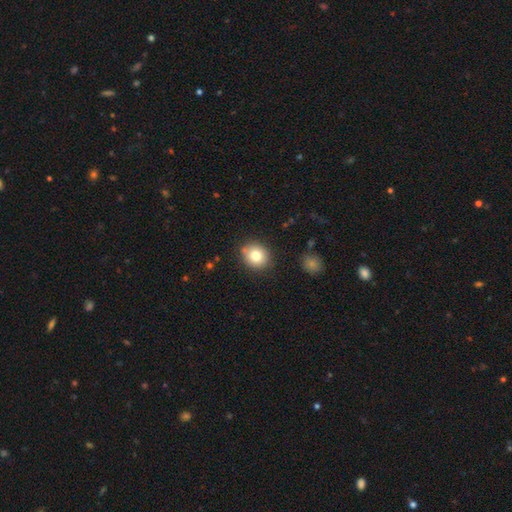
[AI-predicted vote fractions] Smooth or featured? Predicted: smooth (p=0.80). How rounded? Predicted: round (p=0.71). Merging? Predicted: none (p=0.83).